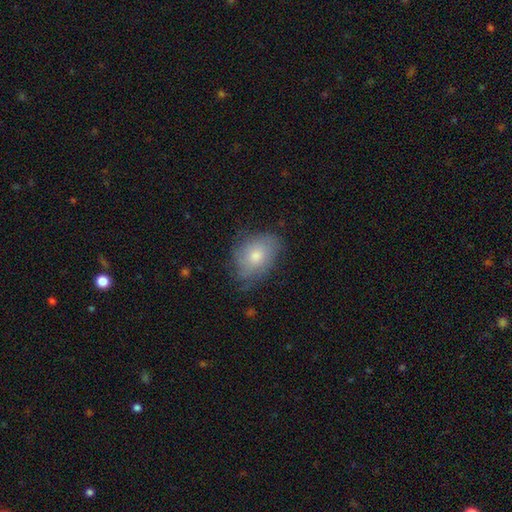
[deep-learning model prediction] Q: Smooth or featured?
A: smooth (54%); runner-up: featured or disk (36%)
Q: How rounded?
A: in between (70%); runner-up: round (28%)
Q: Merging?
A: none (63%); runner-up: minor disturbance (27%)